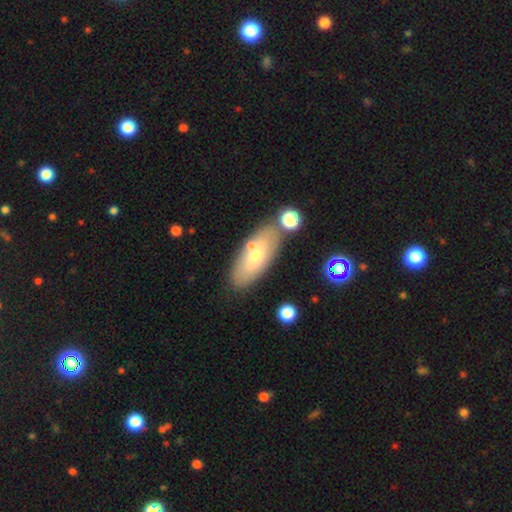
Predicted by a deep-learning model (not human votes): The model was most divided on "smooth or featured": smooth: 62%, featured or disk: 30%, star or artifact: 8%. More confident: how rounded — in between (77%); merging — none (72%).